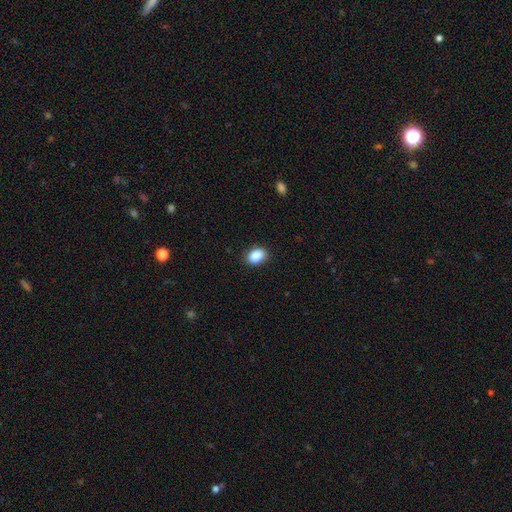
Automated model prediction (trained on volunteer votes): Smooth or featured? smooth (86%)
How rounded? in between (72%)
Merging? none (89%)